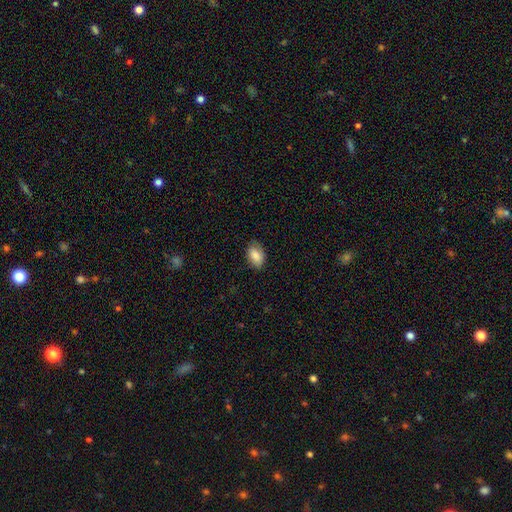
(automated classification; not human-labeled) Smooth or featured: smooth — 83% (featured or disk — 10%)
How rounded: in between — 90% (round — 8%)
Merging: none — 76% (minor disturbance — 19%)